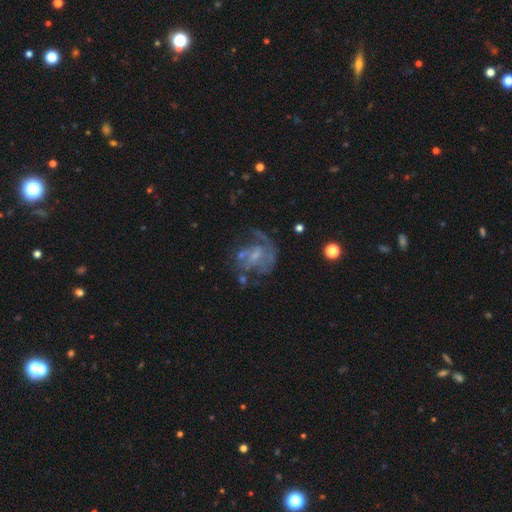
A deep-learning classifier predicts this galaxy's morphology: A featured or disk galaxy (72%) with no bar (52%), spiral arms (71%) and a small central bulge (55%).

Vote fractions:
- Smooth or featured? featured or disk: 72% / smooth: 17% / star or artifact: 11%
- Edge-on disk? no: 97% / yes: 3%
- Bar? no: 52% / weak: 40% / strong: 8%
- Spiral arms? yes: 71% / no: 29%
- Bulge size? small: 55% / moderate: 23% / none: 19% / large: 2% / dominant: 1%
- Merging? none: 39% / major disturbance: 33% / minor disturbance: 19% / merger: 8%